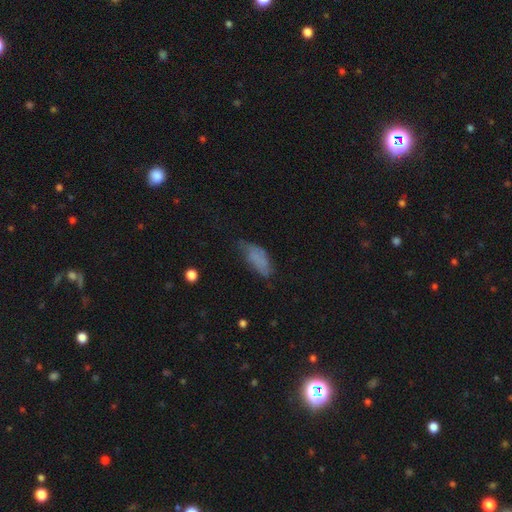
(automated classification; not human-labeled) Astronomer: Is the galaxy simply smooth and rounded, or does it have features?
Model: smooth — 68%.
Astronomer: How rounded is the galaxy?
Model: in between — 83%.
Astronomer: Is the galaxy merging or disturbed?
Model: none — 41% (runner-up: minor disturbance, 36%).